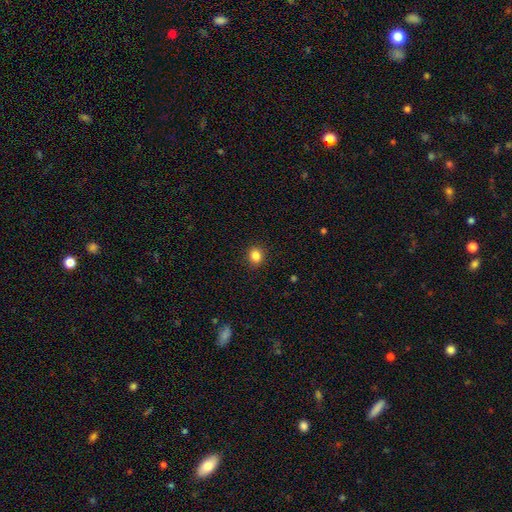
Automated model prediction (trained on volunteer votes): This is clearly a smooth galaxy (85%). How rounded: likely round (68%). Merging: clearly none (91%).